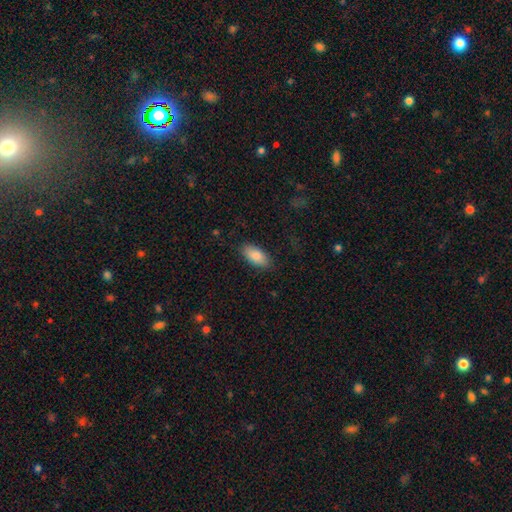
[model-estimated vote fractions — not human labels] A smooth galaxy with no disk features (87%) that is in between round and cigar-shaped (91%).

Vote fractions:
- Smooth or featured? smooth: 87% / featured or disk: 7% / star or artifact: 6%
- How rounded? in between: 91% / cigar-shaped: 7% / round: 2%
- Merging? none: 85% / minor disturbance: 11% / major disturbance: 3% / merger: 1%